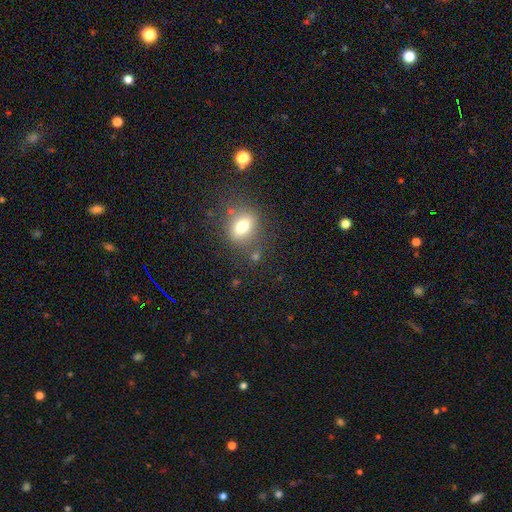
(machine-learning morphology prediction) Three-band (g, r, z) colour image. It shows a smooth galaxy with no disk features (64%) that is in between round and cigar-shaped (61%). Merging: none (76%).